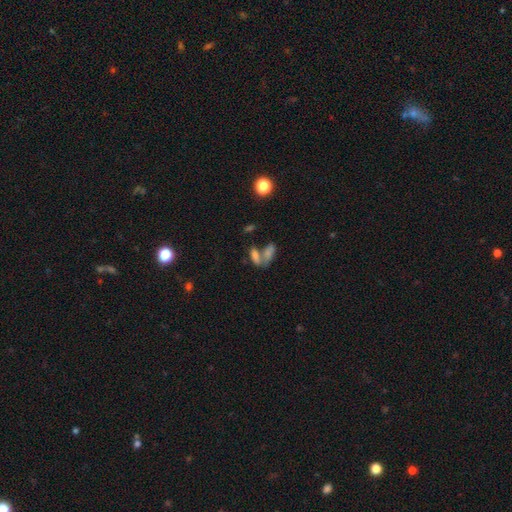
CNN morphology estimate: A smooth galaxy with no disk features (71%) that is in between round and cigar-shaped (76%).

Vote fractions:
- Smooth or featured? smooth: 71% / featured or disk: 17% / star or artifact: 13%
- How rounded? in between: 76% / cigar-shaped: 18% / round: 7%
- Merging? merger: 57% / none: 28% / minor disturbance: 9% / major disturbance: 6%